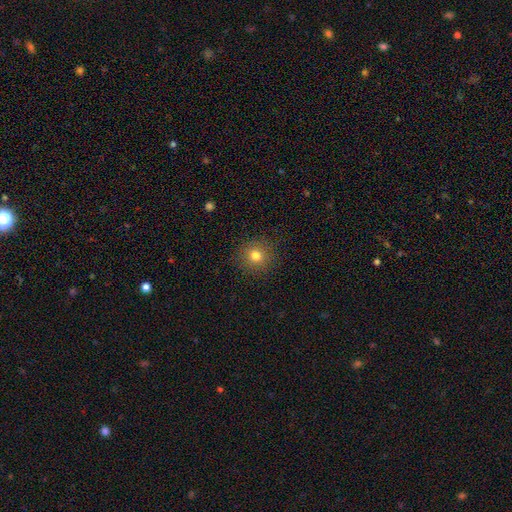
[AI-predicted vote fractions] Smooth or featured: smooth — 78% (star or artifact — 13%)
How rounded: round — 92% (in between — 7%)
Merging: none — 89% (minor disturbance — 7%)